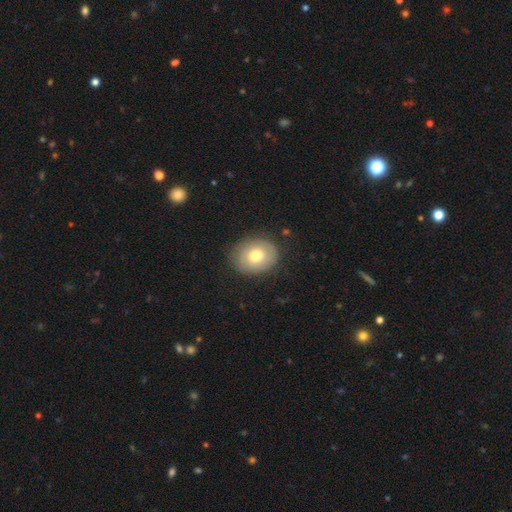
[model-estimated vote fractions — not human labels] The model was most divided on "how rounded": in between: 52%, round: 47%, cigar-shaped: 1%. More confident: merging — none (83%); smooth or featured — smooth (69%).